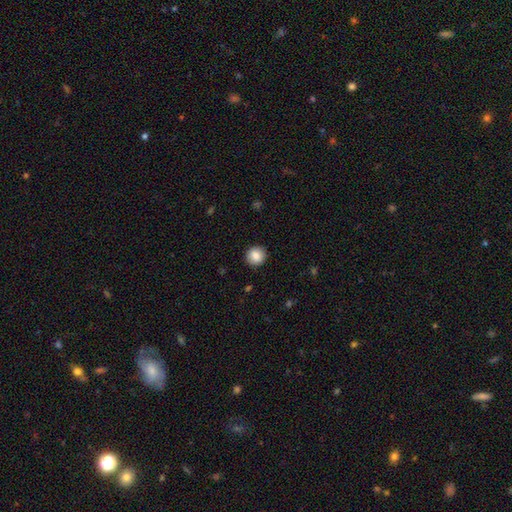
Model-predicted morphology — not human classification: This is clearly a smooth galaxy (87%). How rounded: clearly round (89%). Merging: clearly none (89%).